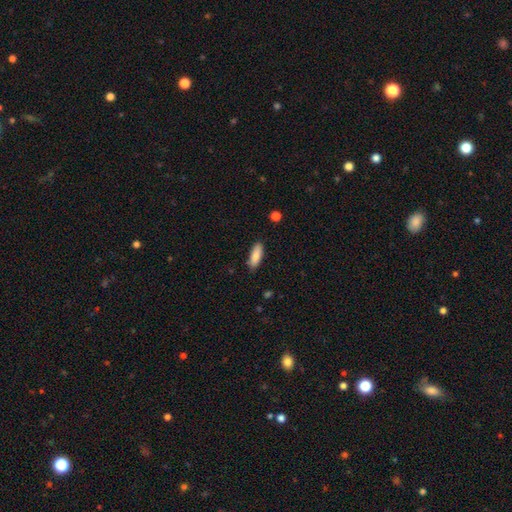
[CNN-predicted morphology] Overall: smooth (86%). How rounded: in between (62%; cigar-shaped 36%). Merging: none (86%).